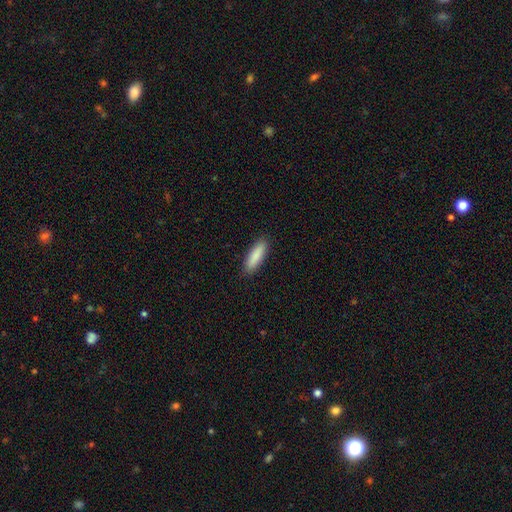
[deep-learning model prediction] This appears to be a smooth galaxy with no disk features (89%) that is cigar-shaped (57%). Merging: none (89%).